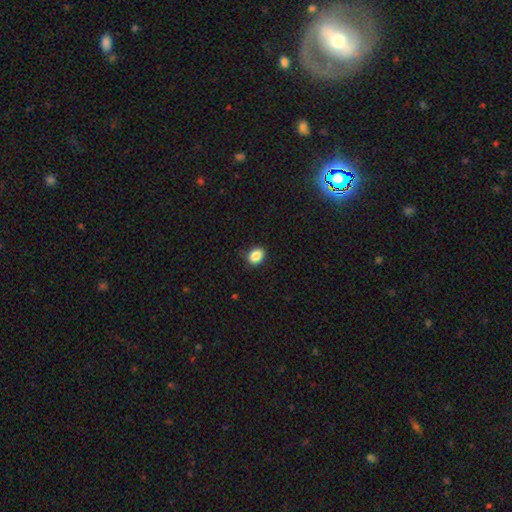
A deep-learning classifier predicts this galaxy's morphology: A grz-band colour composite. It shows a smooth galaxy with no disk features (88%) that is in between round and cigar-shaped (63%). Merging: none (88%).